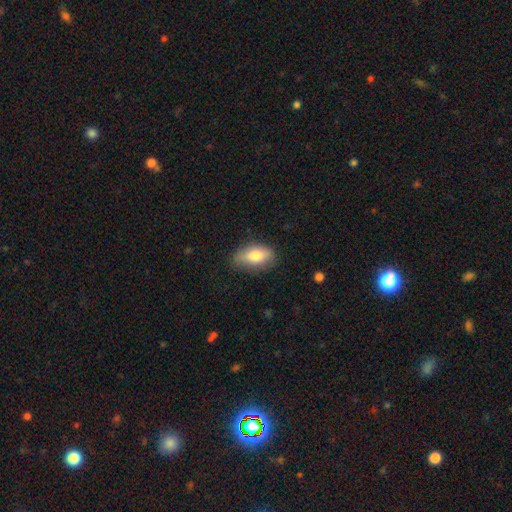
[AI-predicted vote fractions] Q: Smooth or featured?
A: smooth (75%); runner-up: featured or disk (18%)
Q: How rounded?
A: in between (86%); runner-up: cigar-shaped (7%)
Q: Merging?
A: none (76%); runner-up: minor disturbance (19%)